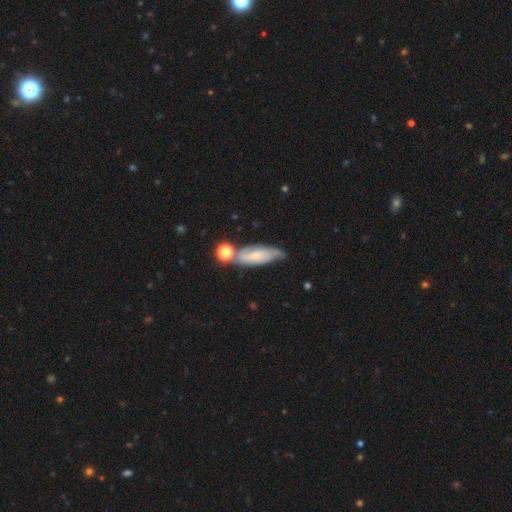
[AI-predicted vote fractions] smooth_or_featured: featured or disk (p=0.52) [alt: smooth p=0.39]
disk_edge_on: no (p=0.78) [alt: yes p=0.22]
merging: none (p=0.54) [alt: minor disturbance p=0.23]